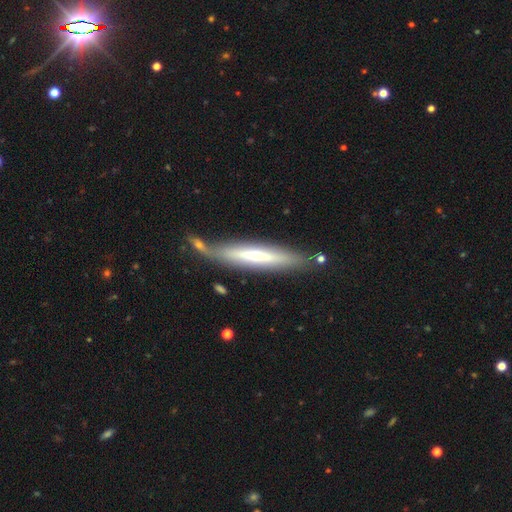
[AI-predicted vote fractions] Overall: featured or disk (54%; smooth 40%). Edge-on disk: yes (82%). Merging: none (62%).